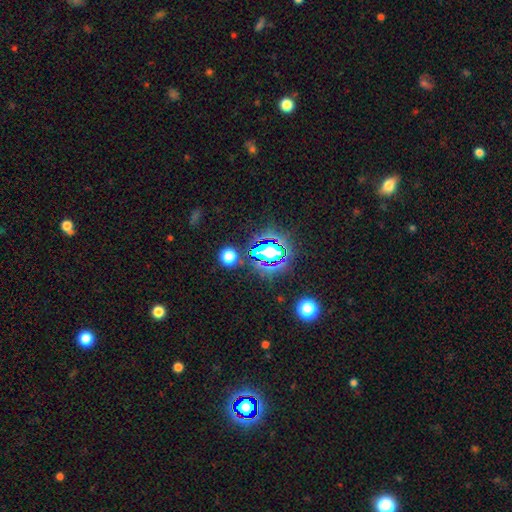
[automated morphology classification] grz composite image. It shows a star or artifact, not a galaxy (80%).